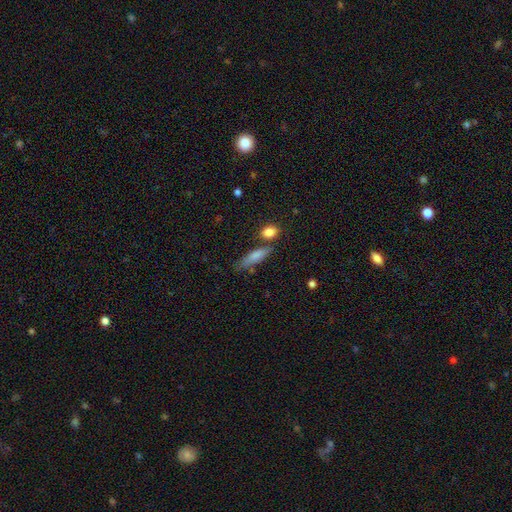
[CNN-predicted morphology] smooth-or-featured: smooth: 79% | featured or disk: 14% | star or artifact: 7%
  how-rounded: cigar-shaped: 59% | in between: 38% | round: 3%
  merging: none: 62% | minor disturbance: 20% | merger: 12% | major disturbance: 6%